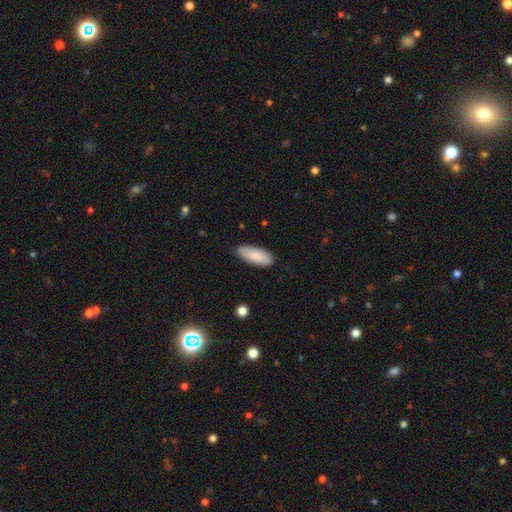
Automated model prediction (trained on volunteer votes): Morphology: type=smooth (86%); roundness=in between (77%); merging=none (87%).